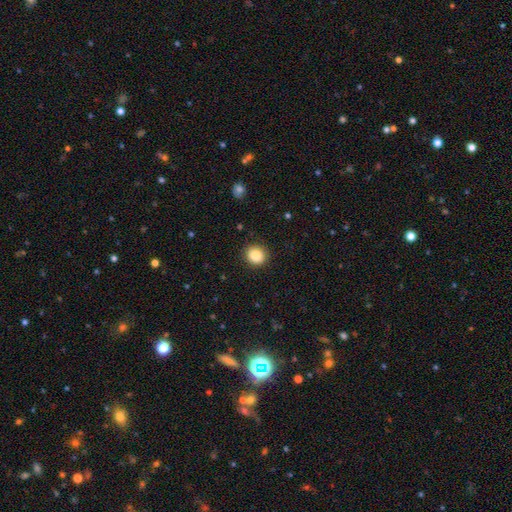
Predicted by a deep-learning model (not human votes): Smooth or featured: smooth — 87% (star or artifact — 9%)
How rounded: round — 80% (in between — 19%)
Merging: none — 90% (minor disturbance — 7%)